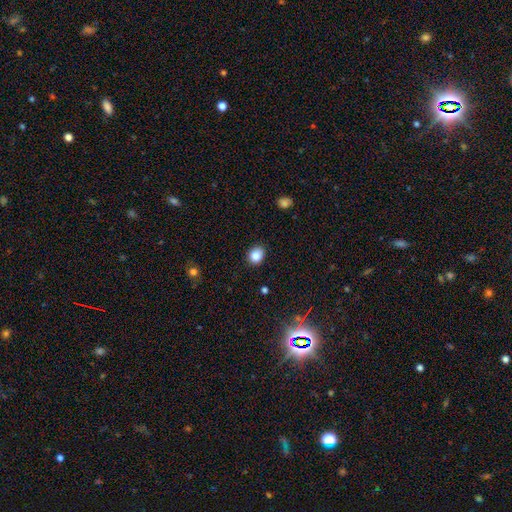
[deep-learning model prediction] This is clearly a smooth galaxy (84%). How rounded: likely round (64%). Merging: clearly none (88%).